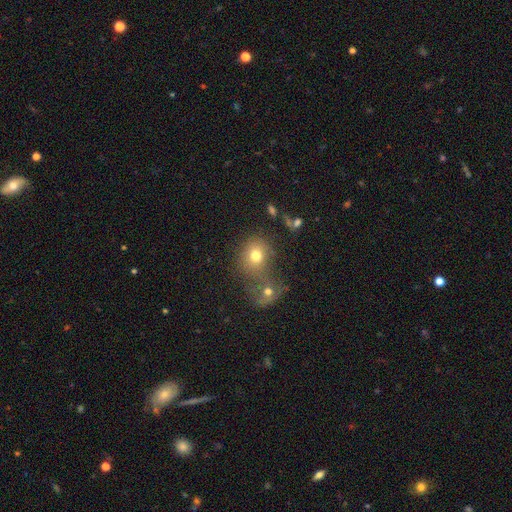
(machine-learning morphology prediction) Smooth or featured?
  - smooth: 73% *
  - star or artifact: 14%
  - featured or disk: 13%
How rounded?
  - round: 69% *
  - in between: 30%
  - cigar-shaped: 1%
Merging?
  - merger: 42% *
  - none: 41%
  - minor disturbance: 10%
  - major disturbance: 7%